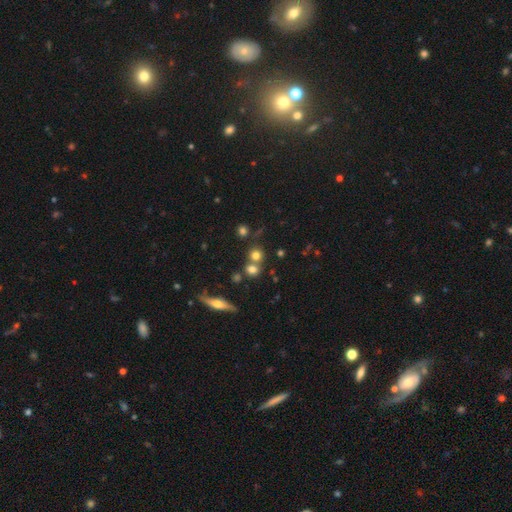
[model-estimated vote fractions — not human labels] smooth 72%, star or artifact 16%, featured or disk 12%. Down the decision tree: how rounded — round (88%); merging — none (60%).